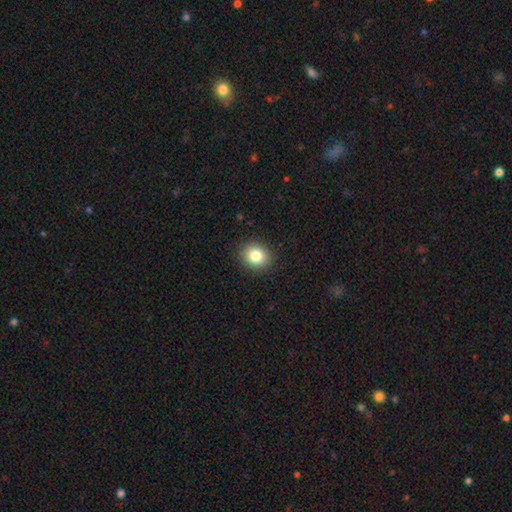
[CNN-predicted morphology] smooth_or_featured: smooth (p=0.83) [alt: star or artifact p=0.10]
how_rounded: round (p=0.70) [alt: in between p=0.30]
merging: none (p=0.90) [alt: minor disturbance p=0.07]